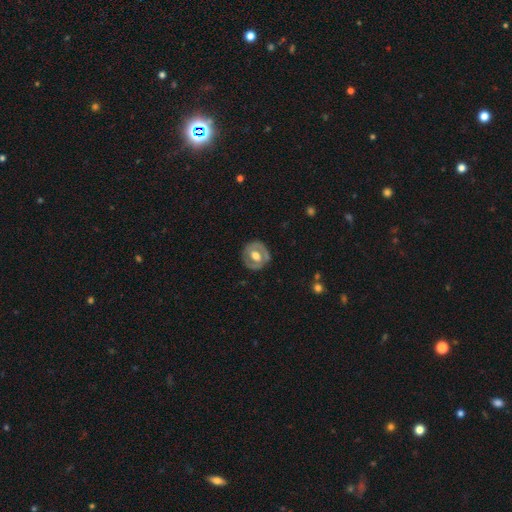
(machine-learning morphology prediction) The model was most divided on "smooth or featured": featured or disk: 57%, smooth: 38%, star or artifact: 5%. More confident: edge-on disk — no (95%); merging — none (80%); spiral arms — no (73%); bulge size — moderate (59%); bar — no (54%).